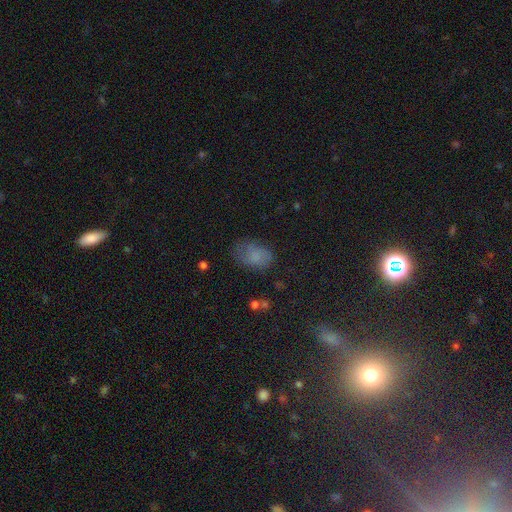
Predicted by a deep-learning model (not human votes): Smooth or featured?
  - smooth: 69% *
  - featured or disk: 17%
  - star or artifact: 14%
How rounded?
  - in between: 83% *
  - round: 16%
  - cigar-shaped: 1%
Merging?
  - none: 57% *
  - minor disturbance: 27%
  - major disturbance: 14%
  - merger: 2%